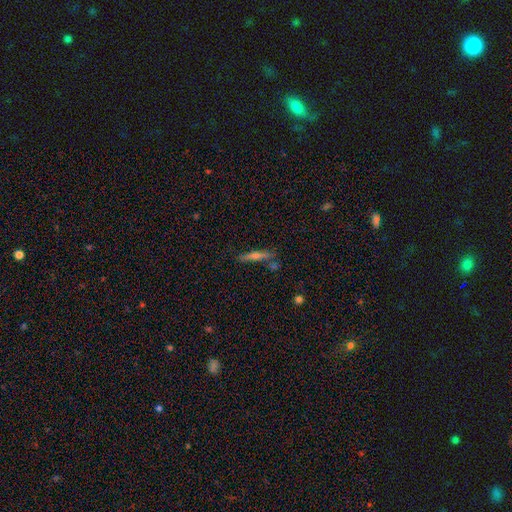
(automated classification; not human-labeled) featured or disk 51%, smooth 40%, star or artifact 10%. Down the decision tree: edge-on disk — yes (94%); merging — none (77%).